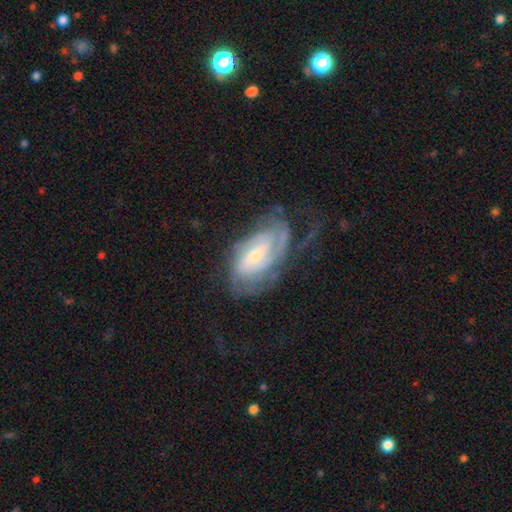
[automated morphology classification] Smooth or featured? featured or disk (81%)
Edge-on disk? no (95%)
Bar? weak (44%)
Spiral arms? yes (93%)
Spiral winding? tight (57%)
Spiral arm count? can't tell (36%)
Bulge size? small (57%)
Merging? none (49%)